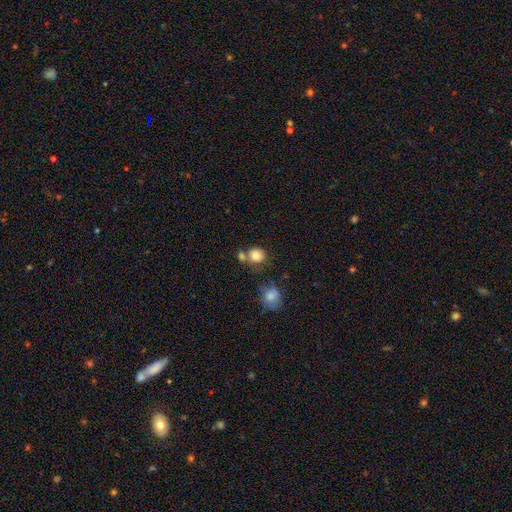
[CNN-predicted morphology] smooth-or-featured: smooth: 82% | star or artifact: 10% | featured or disk: 8%
  how-rounded: round: 76% | in between: 23% | cigar-shaped: 1%
  merging: none: 53% | merger: 28% | minor disturbance: 14% | major disturbance: 6%